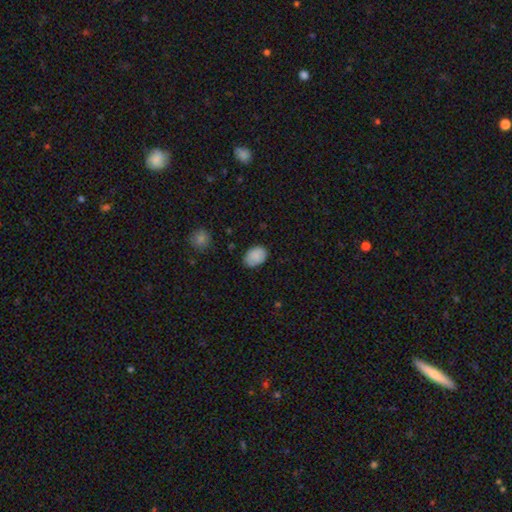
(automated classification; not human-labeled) smooth-or-featured: smooth: 86% | star or artifact: 7% | featured or disk: 6%
  how-rounded: in between: 76% | round: 23% | cigar-shaped: 1%
  merging: none: 76% | minor disturbance: 19% | major disturbance: 3% | merger: 1%